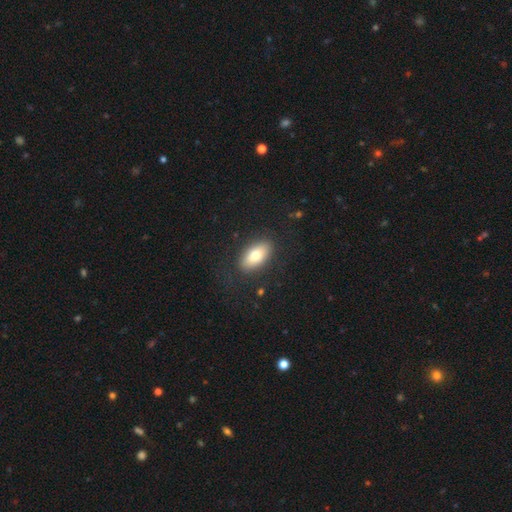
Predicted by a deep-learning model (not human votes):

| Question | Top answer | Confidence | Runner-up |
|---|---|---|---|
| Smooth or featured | smooth | 75% | featured or disk (17%) |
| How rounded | in between | 91% | round (5%) |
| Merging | none | 85% | minor disturbance (10%) |